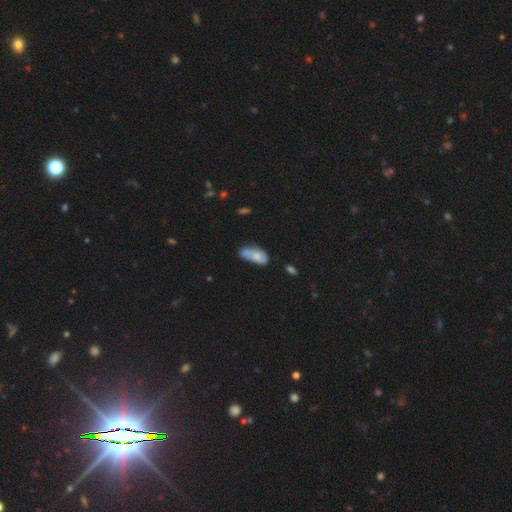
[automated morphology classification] Q: Smooth or featured?
A: smooth (68%); runner-up: featured or disk (24%)
Q: How rounded?
A: in between (88%); runner-up: cigar-shaped (8%)
Q: Merging?
A: none (38%); runner-up: minor disturbance (30%)